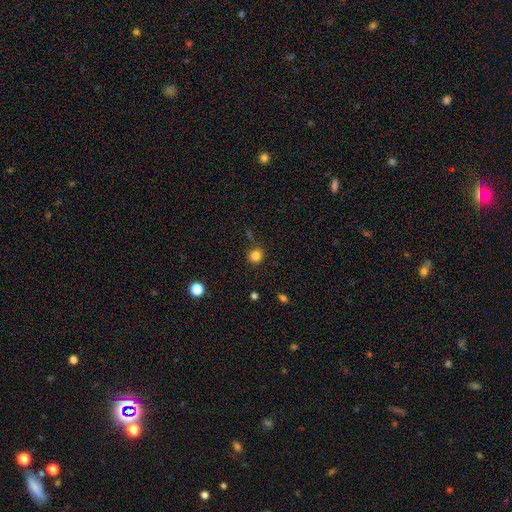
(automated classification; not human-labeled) Q: Smooth or featured?
A: smooth (83%); runner-up: star or artifact (13%)
Q: How rounded?
A: round (91%); runner-up: in between (8%)
Q: Merging?
A: none (84%); runner-up: minor disturbance (9%)